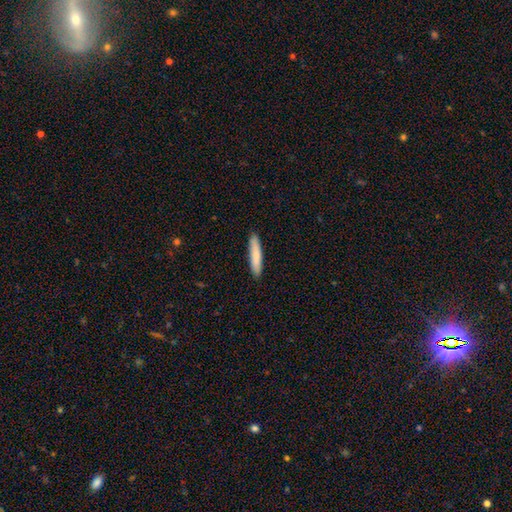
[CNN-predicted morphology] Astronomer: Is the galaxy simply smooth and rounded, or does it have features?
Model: smooth — 82%.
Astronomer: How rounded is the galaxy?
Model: cigar-shaped — 88%.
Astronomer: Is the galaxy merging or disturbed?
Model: none — 90%.